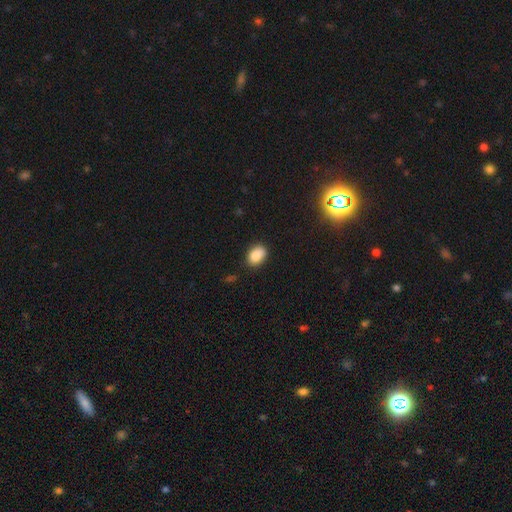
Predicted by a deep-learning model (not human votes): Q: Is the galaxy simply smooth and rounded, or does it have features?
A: smooth — 86%.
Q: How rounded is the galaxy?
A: in between — 78%.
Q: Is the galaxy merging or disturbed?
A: none — 78%.